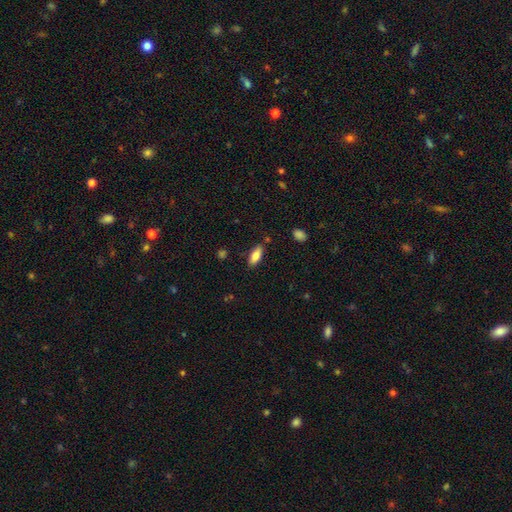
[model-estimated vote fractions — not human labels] This appears to be a smooth galaxy with no disk features (79%) that is in between round and cigar-shaped (76%). Merging: none (83%).